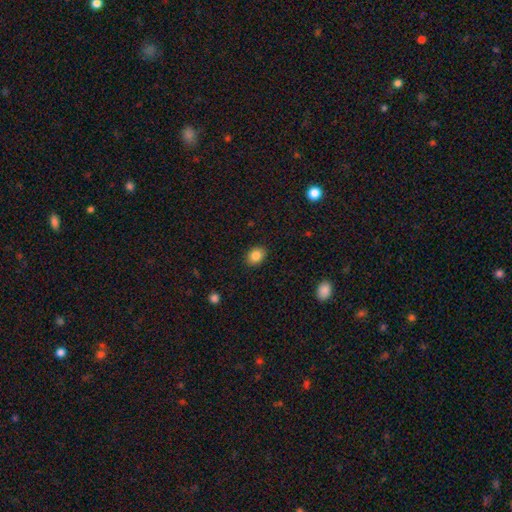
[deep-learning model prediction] Morphology: type=smooth (84%); roundness=in between (58%); merging=none (89%).